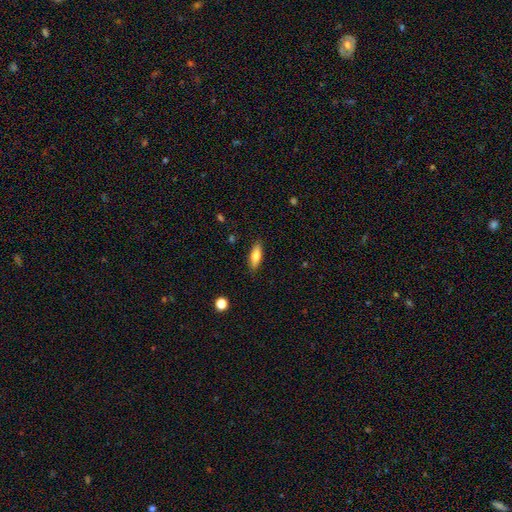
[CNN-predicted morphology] The model was most divided on "how rounded": in between: 57%, cigar-shaped: 41%, round: 2%. More confident: merging — none (87%); smooth or featured — smooth (74%).